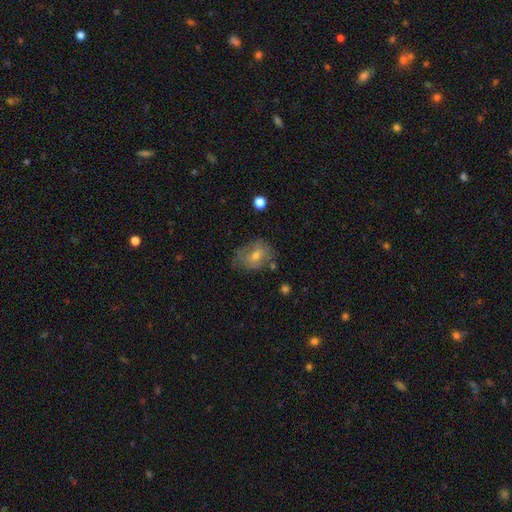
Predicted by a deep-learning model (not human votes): Smooth or featured? Predicted: smooth (p=0.54). How rounded? Predicted: in between (p=0.55). Merging? Predicted: none (p=0.54).